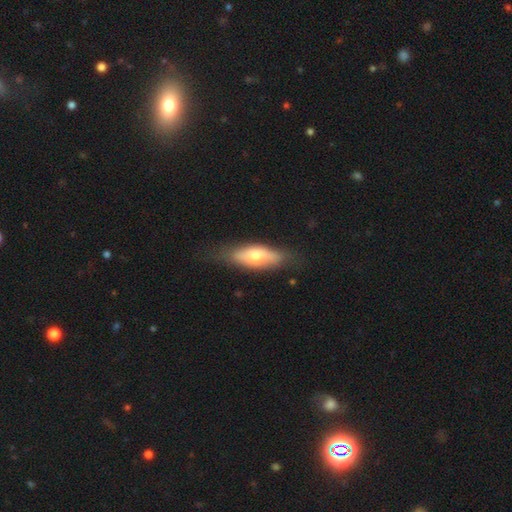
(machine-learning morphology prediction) Q: Smooth or featured?
A: smooth (58%); runner-up: featured or disk (35%)
Q: How rounded?
A: in between (63%); runner-up: cigar-shaped (35%)
Q: Merging?
A: none (69%); runner-up: minor disturbance (22%)